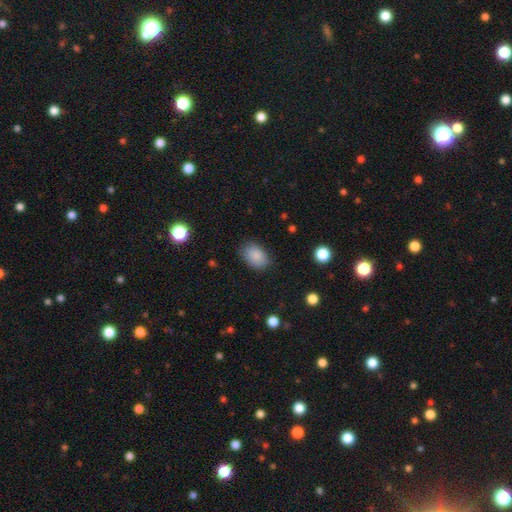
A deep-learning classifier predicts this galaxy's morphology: Smooth or featured: smooth — 87% (star or artifact — 8%)
How rounded: in between — 84% (round — 15%)
Merging: none — 78% (minor disturbance — 17%)